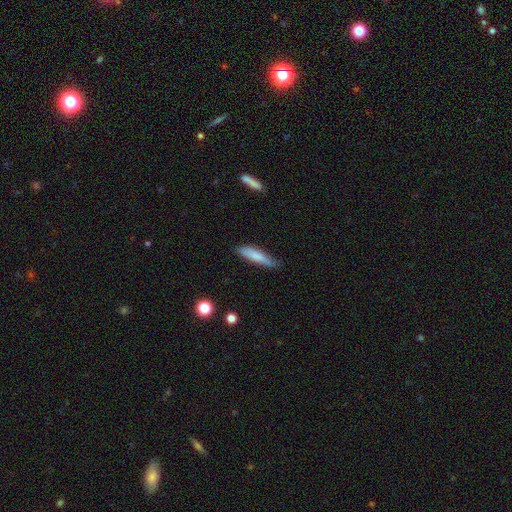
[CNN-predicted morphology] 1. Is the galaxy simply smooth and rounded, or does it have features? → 79% smooth, 15% featured or disk, 6% star or artifact.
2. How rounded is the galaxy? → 80% cigar-shaped, 19% in between, 1% round.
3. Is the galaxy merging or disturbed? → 73% none, 22% minor disturbance, 3% major disturbance, 2% merger.